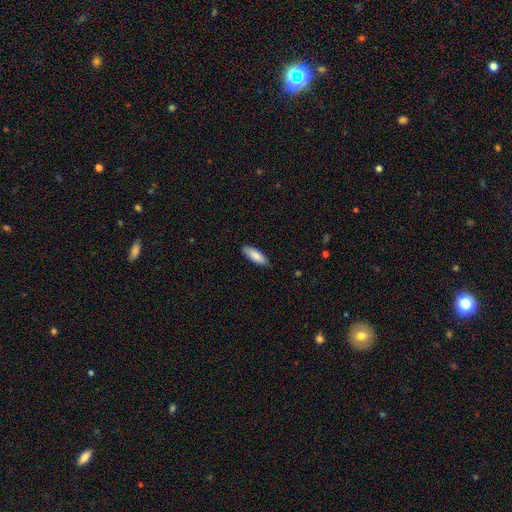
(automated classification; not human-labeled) smooth-or-featured: smooth: 86% | featured or disk: 9% | star or artifact: 5%
  how-rounded: in between: 65% | cigar-shaped: 34% | round: 1%
  merging: none: 85% | minor disturbance: 12% | major disturbance: 2% | merger: 1%